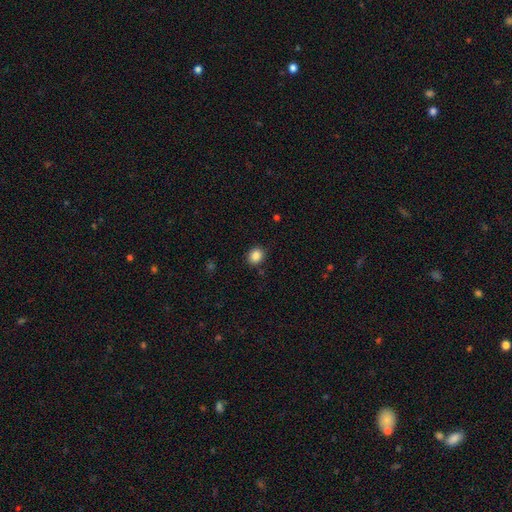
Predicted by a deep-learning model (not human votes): smooth_or_featured: smooth (p=0.86) [alt: star or artifact p=0.10]
how_rounded: round (p=0.64) [alt: in between p=0.35]
merging: none (p=0.88) [alt: minor disturbance p=0.08]